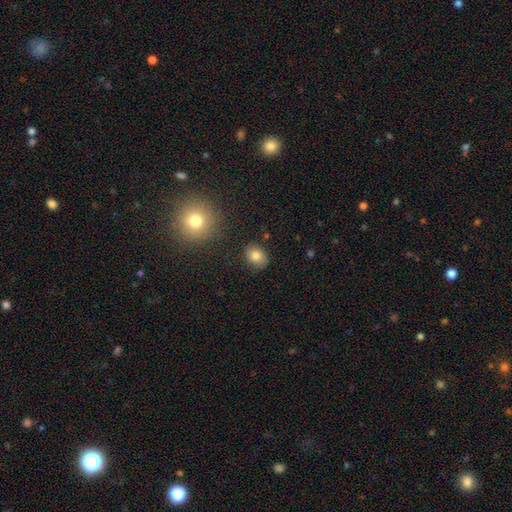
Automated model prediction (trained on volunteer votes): smooth-or-featured: smooth: 80% | star or artifact: 10% | featured or disk: 10%
  how-rounded: in between: 62% | round: 37% | cigar-shaped: 1%
  merging: none: 84% | minor disturbance: 11% | major disturbance: 3% | merger: 2%